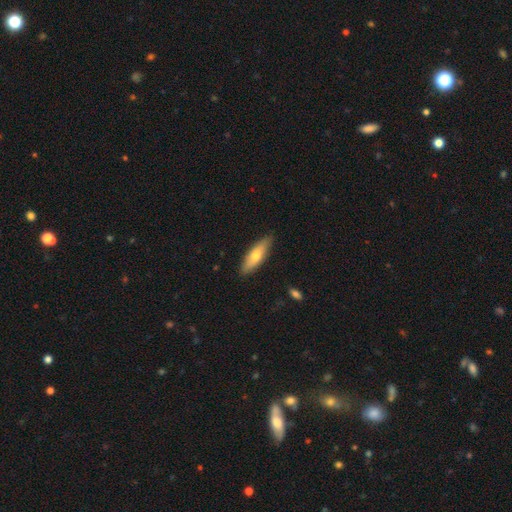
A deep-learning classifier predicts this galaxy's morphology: A smooth galaxy with no disk features (66%) that is cigar-shaped (53%). Merging: none (85%).